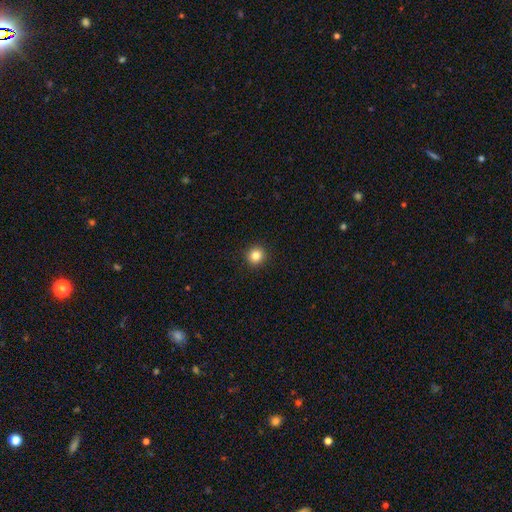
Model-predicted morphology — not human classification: Smooth or featured? Predicted: smooth (p=0.84). How rounded? Predicted: round (p=0.92). Merging? Predicted: none (p=0.93).